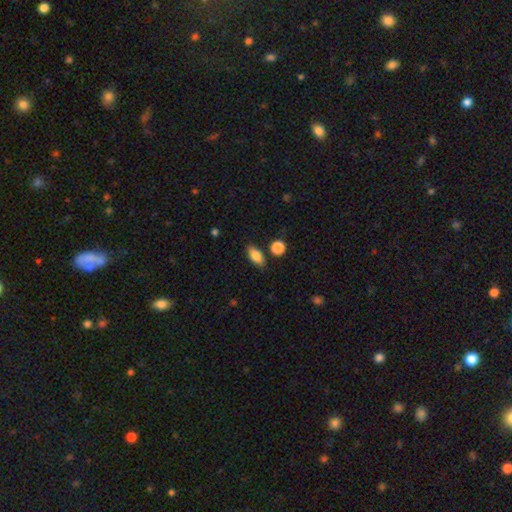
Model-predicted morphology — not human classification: Q: Smooth or featured?
A: smooth (79%); runner-up: featured or disk (13%)
Q: How rounded?
A: in between (82%); runner-up: cigar-shaped (11%)
Q: Merging?
A: none (82%); runner-up: minor disturbance (12%)